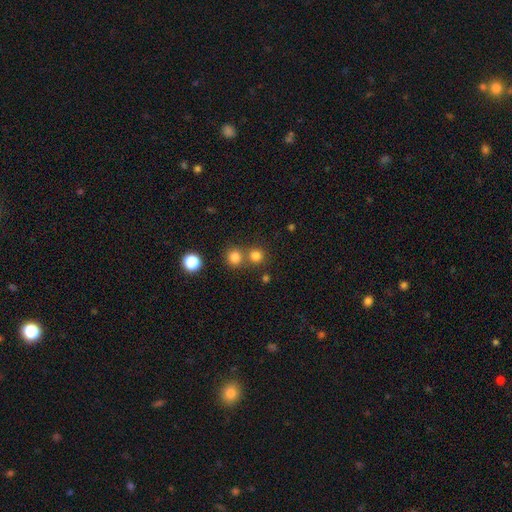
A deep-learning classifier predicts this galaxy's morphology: A smooth galaxy with no disk features (78%) that is round (92%). Merging: none (65%).